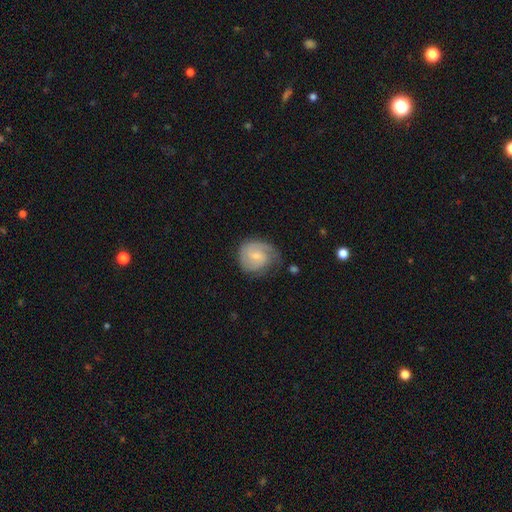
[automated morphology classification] This appears to be a featured or disk galaxy (71%) with a weak bar (49%), 2 (51%) tight (54%) spiral arms (95%) and a small central bulge (59%). Merging: none (64%).